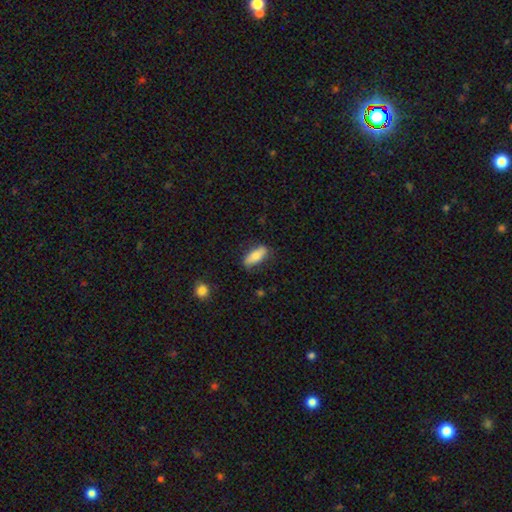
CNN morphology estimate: The model was most divided on "how rounded": in between: 72%, cigar-shaped: 26%, round: 2%. More confident: smooth or featured — smooth (78%); merging — none (77%).